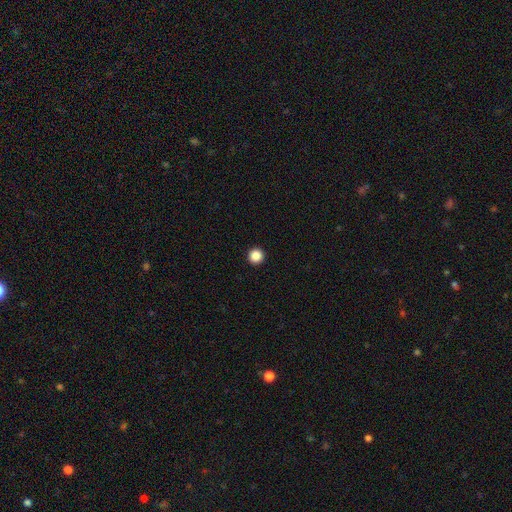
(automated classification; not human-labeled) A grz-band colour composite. It shows a smooth galaxy with no disk features (88%) that is round (97%). Merging: none (94%).